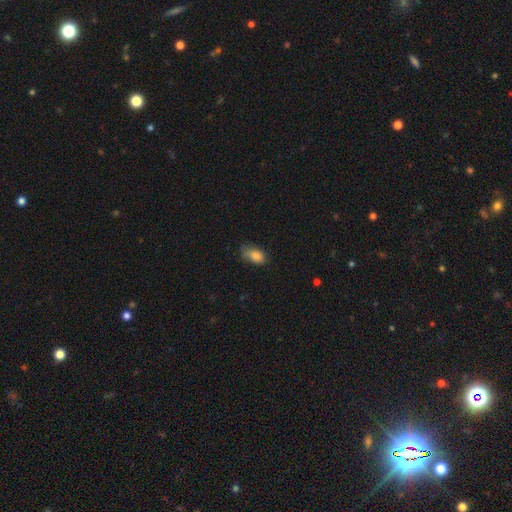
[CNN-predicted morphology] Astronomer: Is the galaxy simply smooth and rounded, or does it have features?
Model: smooth — 83%.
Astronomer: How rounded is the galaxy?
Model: in between — 88%.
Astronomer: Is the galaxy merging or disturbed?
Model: none — 53% (runner-up: minor disturbance, 35%).